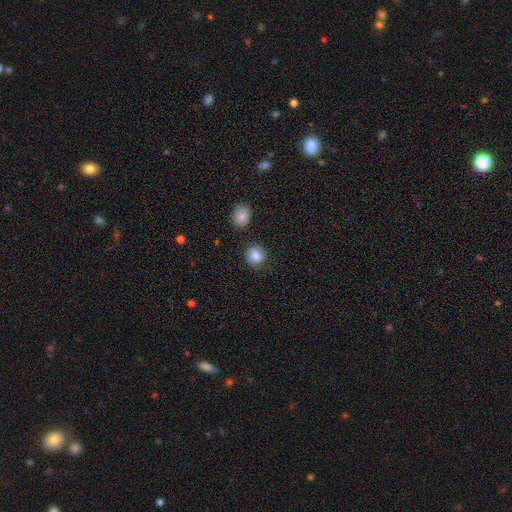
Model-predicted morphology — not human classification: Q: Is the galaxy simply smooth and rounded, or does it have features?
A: smooth — 82%.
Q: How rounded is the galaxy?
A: round — 84%.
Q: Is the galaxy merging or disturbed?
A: none — 82%.